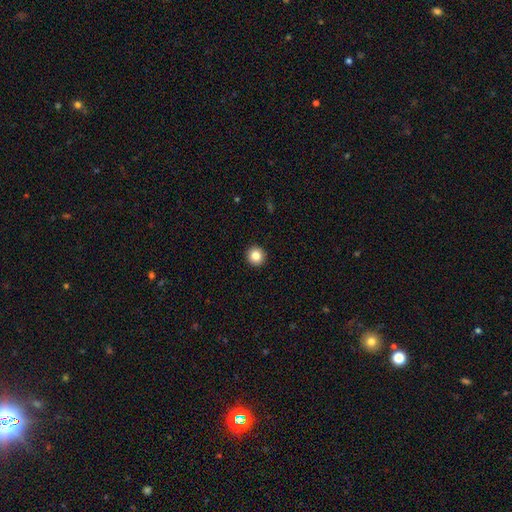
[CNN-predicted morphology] This appears to be a smooth galaxy with no disk features (84%) that is round (94%). Merging: none (94%).